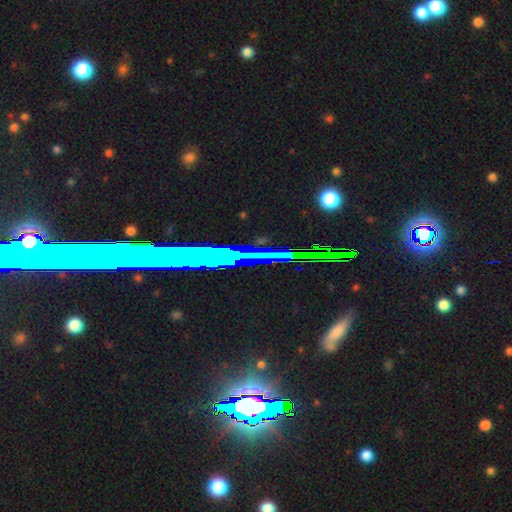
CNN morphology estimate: This appears to be a star or artifact, not a galaxy (66%).